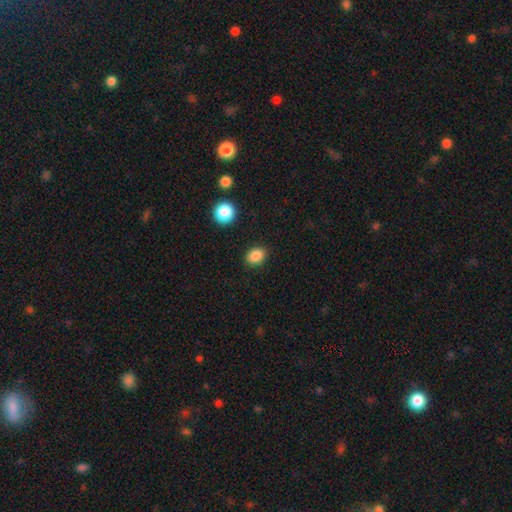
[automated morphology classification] smooth 87%, star or artifact 10%, featured or disk 4%. Down the decision tree: how rounded — in between (64%); merging — none (88%).